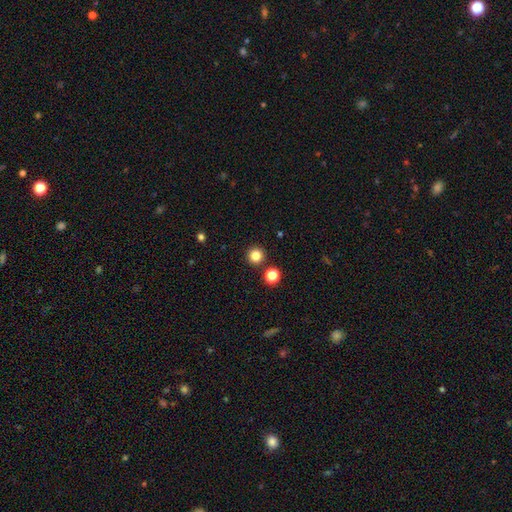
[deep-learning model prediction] The model was most divided on "smooth or featured": smooth: 82%, star or artifact: 13%, featured or disk: 5%. More confident: how rounded — round (95%); merging — none (90%).